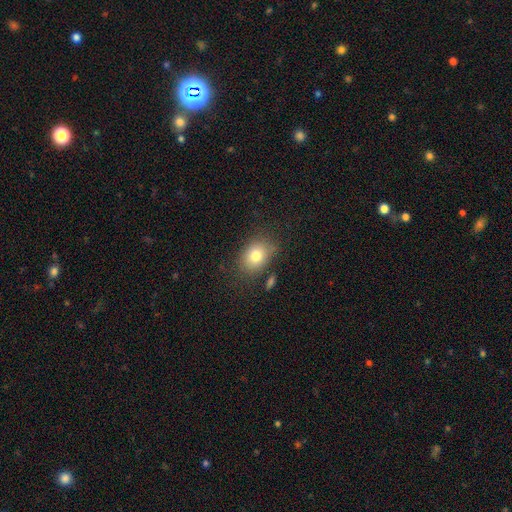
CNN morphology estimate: smooth_or_featured: smooth (p=0.78) [alt: featured or disk p=0.11]
how_rounded: in between (p=0.66) [alt: round p=0.32]
merging: none (p=0.75) [alt: minor disturbance p=0.16]